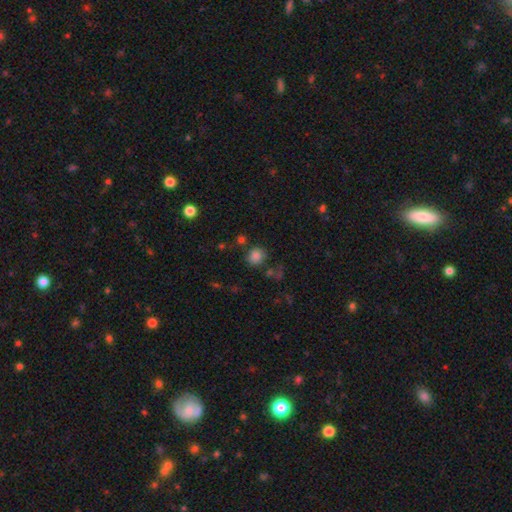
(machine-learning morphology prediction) Smooth or featured? smooth (81%)
How rounded? round (81%)
Merging? none (74%)